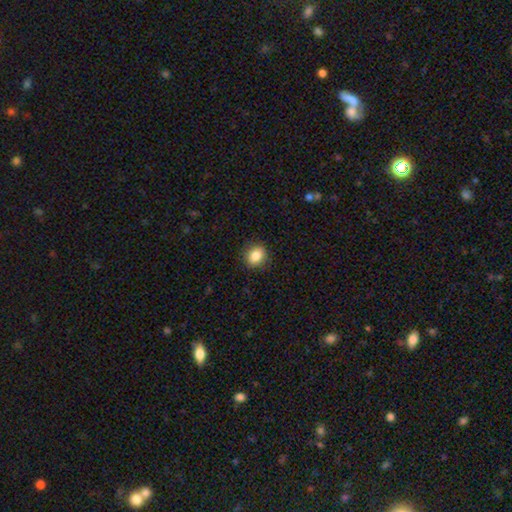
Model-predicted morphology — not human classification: Overall: smooth (85%). How rounded: round (65%; in between 34%). Merging: none (88%).